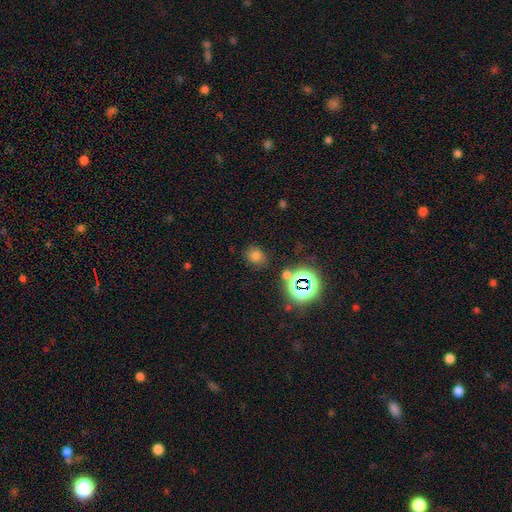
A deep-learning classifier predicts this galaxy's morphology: smooth-or-featured: smooth: 67% | star or artifact: 26% | featured or disk: 8%
  how-rounded: round: 62% | in between: 37% | cigar-shaped: 1%
  merging: none: 79% | minor disturbance: 11% | merger: 5% | major disturbance: 4%